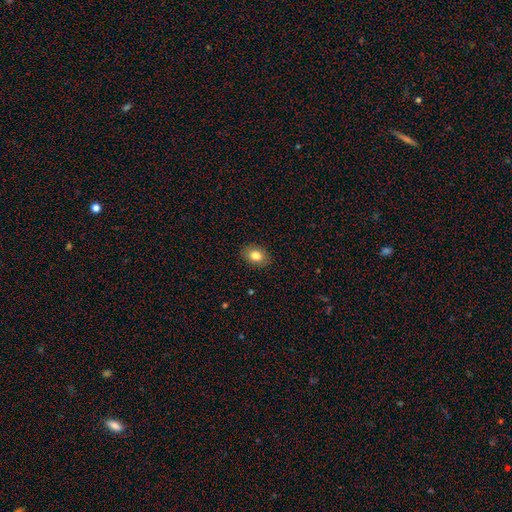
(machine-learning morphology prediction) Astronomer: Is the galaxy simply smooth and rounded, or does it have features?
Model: smooth — 82%.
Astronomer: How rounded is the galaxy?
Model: in between — 76%.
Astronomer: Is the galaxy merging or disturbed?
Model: none — 88%.